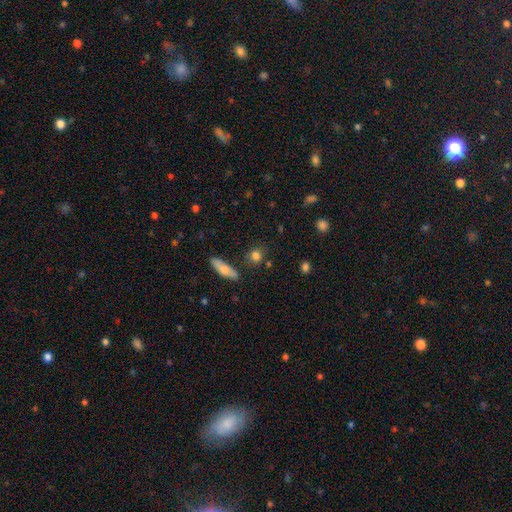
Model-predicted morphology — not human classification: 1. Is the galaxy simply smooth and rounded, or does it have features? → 80% smooth, 11% star or artifact, 9% featured or disk.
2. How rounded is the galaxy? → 61% round, 33% in between, 6% cigar-shaped.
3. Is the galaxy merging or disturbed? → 75% none, 14% minor disturbance, 6% merger, 4% major disturbance.